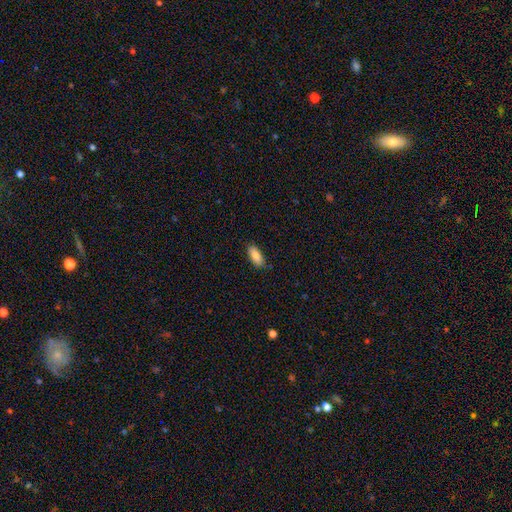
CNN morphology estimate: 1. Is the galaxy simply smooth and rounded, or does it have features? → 85% smooth, 8% featured or disk, 7% star or artifact.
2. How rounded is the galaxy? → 80% in between, 18% cigar-shaped, 2% round.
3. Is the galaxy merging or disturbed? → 81% none, 15% minor disturbance, 2% major disturbance, 1% merger.